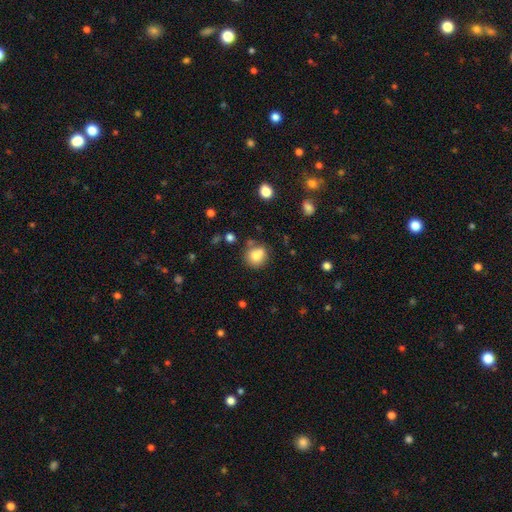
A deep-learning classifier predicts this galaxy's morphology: A smooth galaxy with no disk features (79%) that is round (76%). Merging: none (66%).